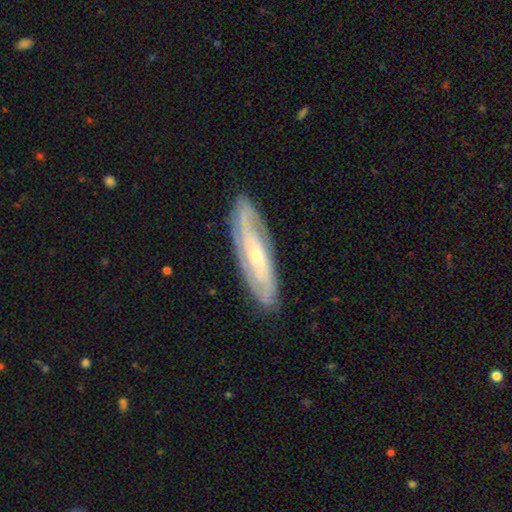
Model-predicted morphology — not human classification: This is likely a featured or disk galaxy (77%). It is likely not viewed edge-on (74%). Bar: likely no (62%). Spiral arm pattern: clearly yes (90%). Spiral arm count: marginally 2 (39%). Spiral winding: possibly tight (56%). Central bulge: likely small (70%). Merging: clearly none (84%).